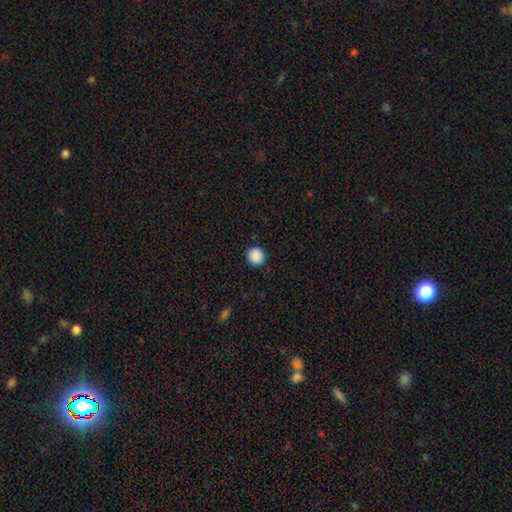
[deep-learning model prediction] Smooth or featured? smooth (89%)
How rounded? round (94%)
Merging? none (92%)